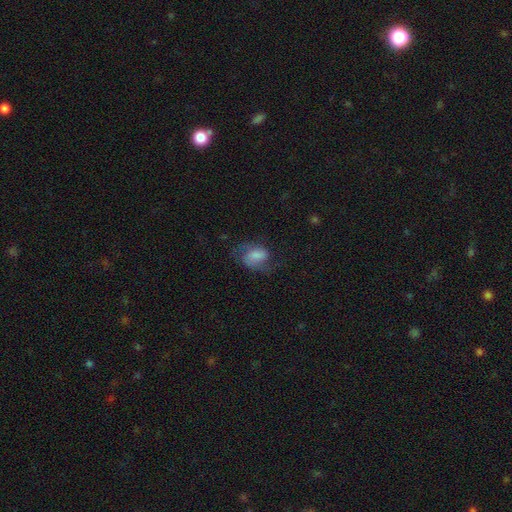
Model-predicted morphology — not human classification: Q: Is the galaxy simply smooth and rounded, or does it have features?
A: featured or disk — 46%.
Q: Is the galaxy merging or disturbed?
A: none — 49%.